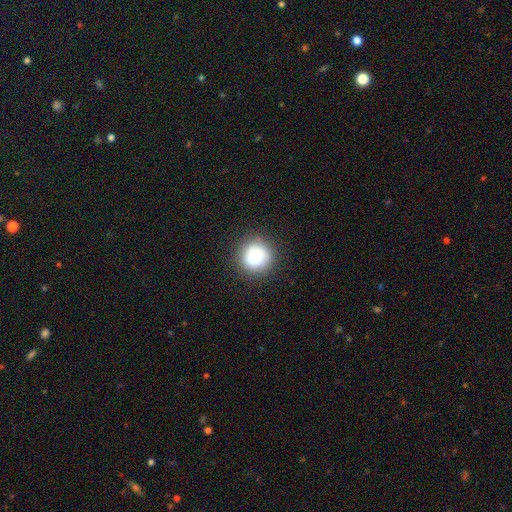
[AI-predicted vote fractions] Overall: smooth (70%). How rounded: round (95%). Merging: none (87%).